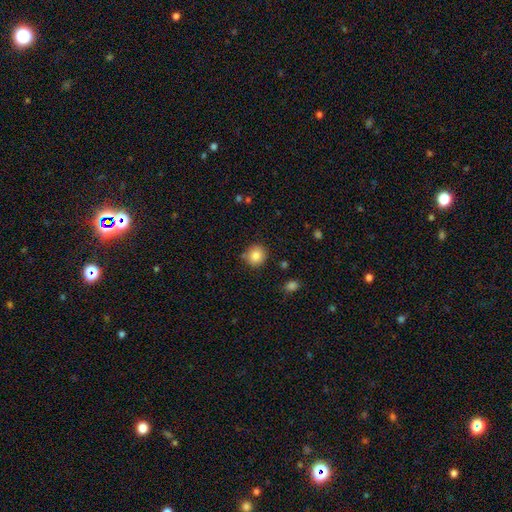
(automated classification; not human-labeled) This appears to be a smooth galaxy with no disk features (84%) that is round (88%). Merging: none (83%).